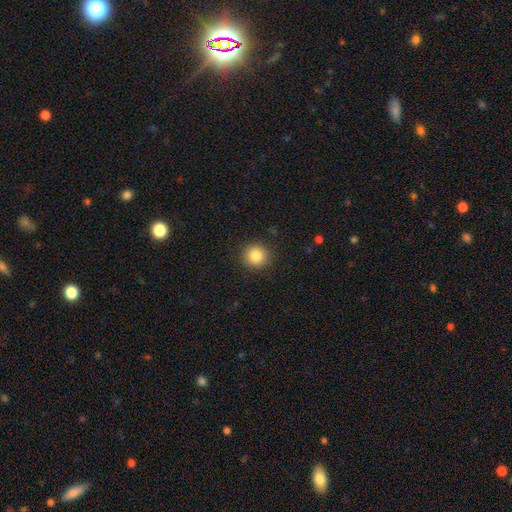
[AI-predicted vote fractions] A smooth galaxy with no disk features (86%) that is round (92%). Merging: none (90%).